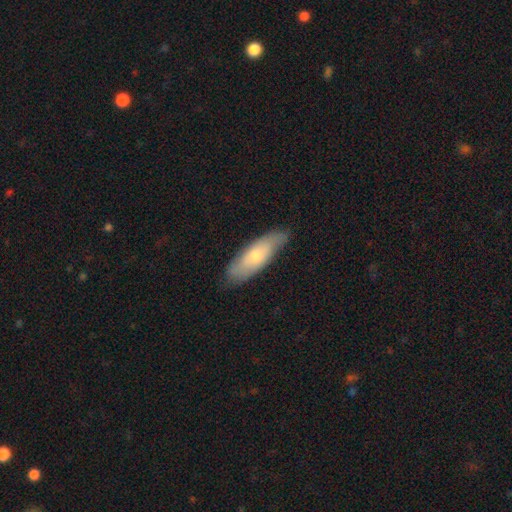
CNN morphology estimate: Smooth or featured?
  - smooth: 59% *
  - featured or disk: 35%
  - star or artifact: 6%
How rounded?
  - in between: 55% *
  - cigar-shaped: 43%
  - round: 2%
Merging?
  - none: 79% *
  - minor disturbance: 17%
  - major disturbance: 3%
  - merger: 1%